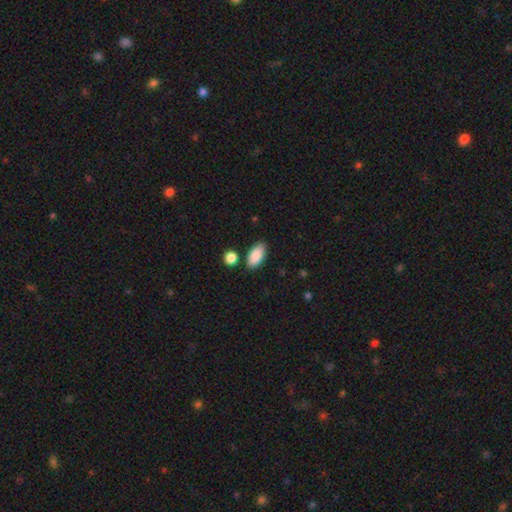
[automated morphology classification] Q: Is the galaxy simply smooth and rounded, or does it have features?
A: smooth — 88%.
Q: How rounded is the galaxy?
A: in between — 92%.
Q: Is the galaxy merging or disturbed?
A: none — 80%.